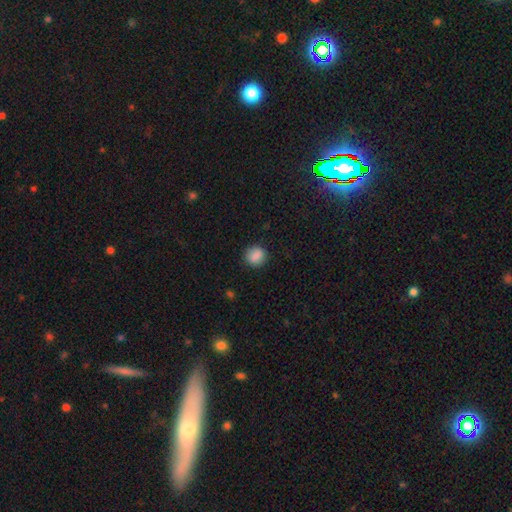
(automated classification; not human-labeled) Overall: smooth (87%). How rounded: round (74%). Merging: none (86%).